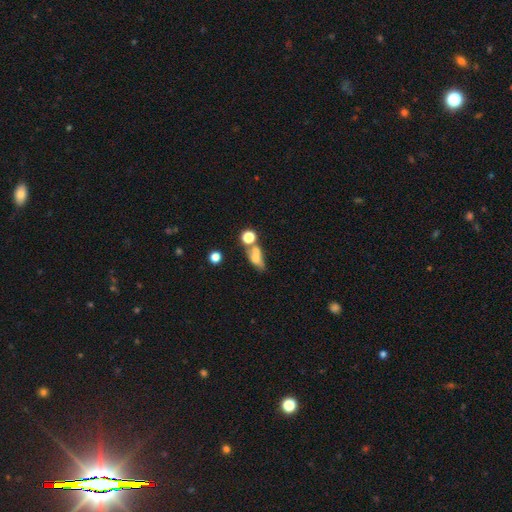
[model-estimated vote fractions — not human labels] The model was most divided on "merging": merger: 41%, none: 33%, minor disturbance: 15%, major disturbance: 12%. More confident: smooth or featured — smooth (61%); how rounded — in between (60%).